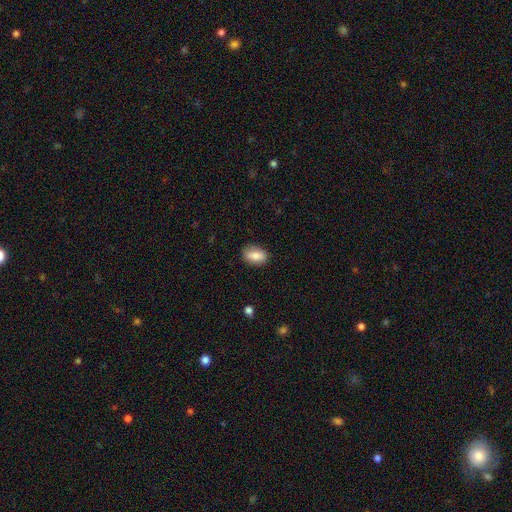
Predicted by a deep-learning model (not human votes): Smooth or featured: smooth — 81% (featured or disk — 12%)
How rounded: in between — 87% (round — 11%)
Merging: none — 84% (minor disturbance — 12%)